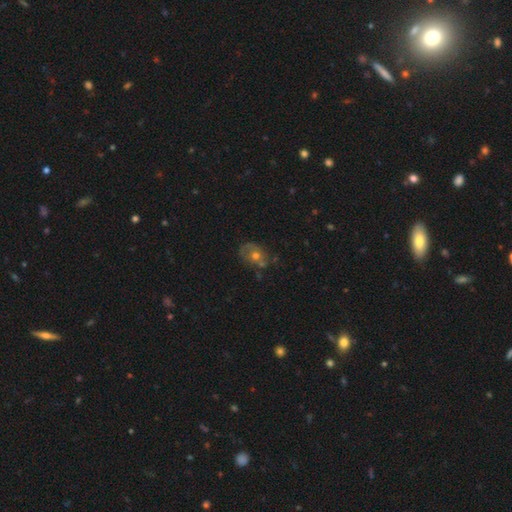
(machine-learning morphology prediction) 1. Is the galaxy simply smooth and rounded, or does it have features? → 44% featured or disk, 40% smooth, 16% star or artifact.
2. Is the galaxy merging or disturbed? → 54% none, 26% minor disturbance, 12% major disturbance, 8% merger.